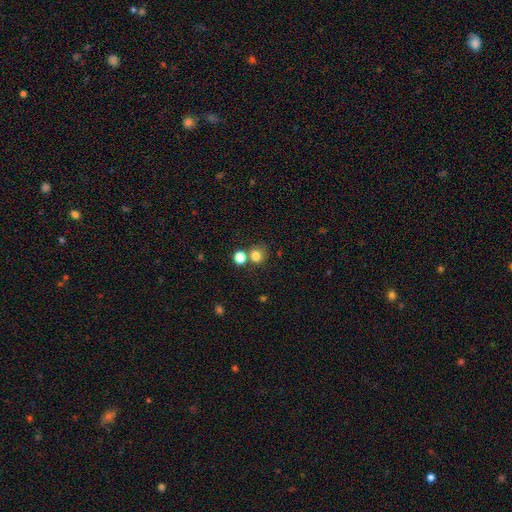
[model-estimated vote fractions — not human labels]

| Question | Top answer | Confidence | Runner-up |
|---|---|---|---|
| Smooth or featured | smooth | 79% | star or artifact (14%) |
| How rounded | round | 82% | in between (17%) |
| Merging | none | 57% | merger (27%) |